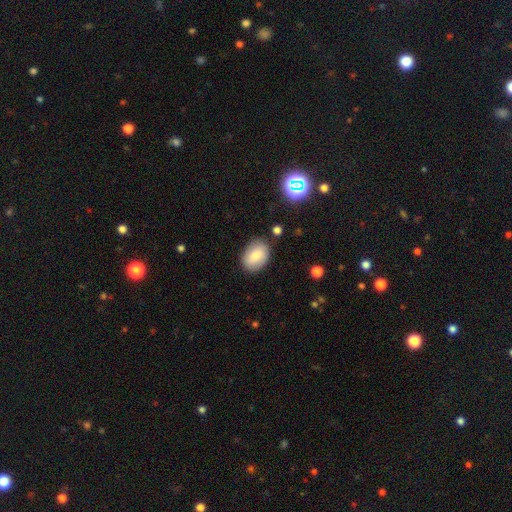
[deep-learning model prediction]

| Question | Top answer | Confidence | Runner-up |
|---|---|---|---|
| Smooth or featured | smooth | 80% | featured or disk (12%) |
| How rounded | in between | 79% | round (20%) |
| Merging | none | 82% | minor disturbance (13%) |